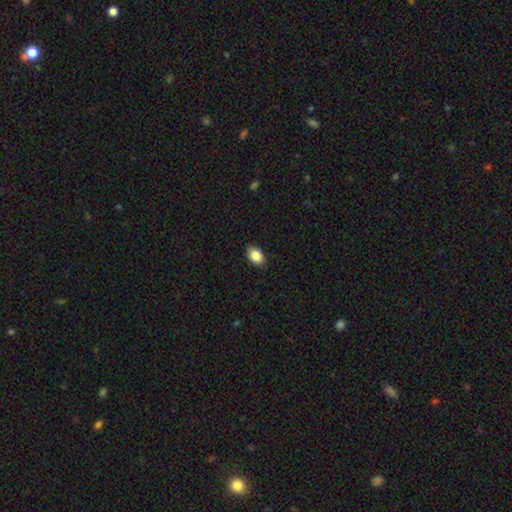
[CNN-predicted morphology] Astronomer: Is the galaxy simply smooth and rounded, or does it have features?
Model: smooth — 87%.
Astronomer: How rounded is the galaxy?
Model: in between — 82%.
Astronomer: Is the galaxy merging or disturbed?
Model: none — 89%.